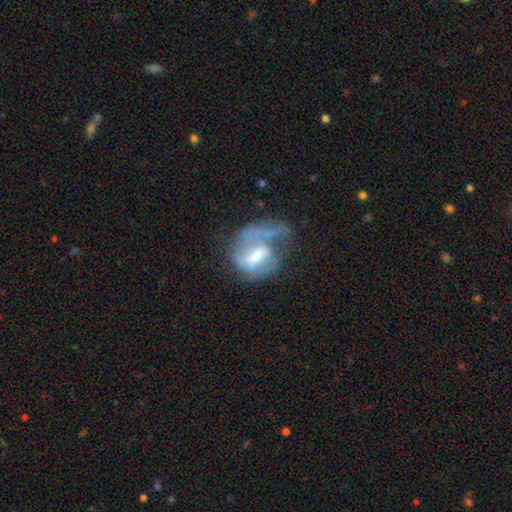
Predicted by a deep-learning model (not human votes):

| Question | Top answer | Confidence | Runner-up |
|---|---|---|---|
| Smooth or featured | featured or disk | 62% | smooth (30%) |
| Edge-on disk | no | 96% | yes (4%) |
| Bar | weak | 47% | strong (31%) |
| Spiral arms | yes | 59% | no (41%) |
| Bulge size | moderate | 47% | small (25%) |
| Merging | major disturbance | 46% | none (24%) |